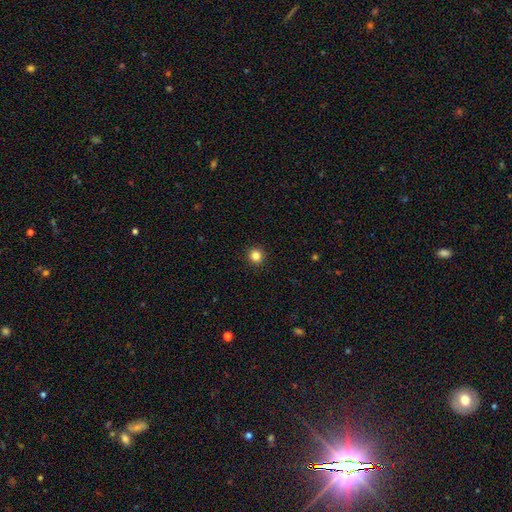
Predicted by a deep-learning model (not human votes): smooth-or-featured: smooth: 84% | star or artifact: 11% | featured or disk: 4%
  how-rounded: round: 92% | in between: 7% | cigar-shaped: 1%
  merging: none: 93% | minor disturbance: 5% | major disturbance: 2% | merger: 1%